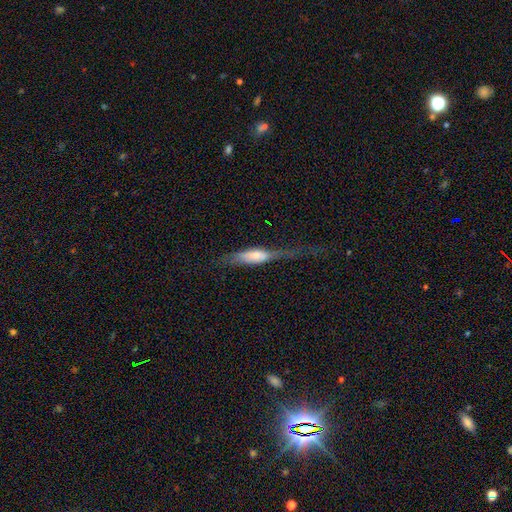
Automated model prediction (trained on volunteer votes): Q: Smooth or featured?
A: smooth (53%); runner-up: featured or disk (40%)
Q: How rounded?
A: cigar-shaped (60%); runner-up: in between (37%)
Q: Merging?
A: none (37%); runner-up: major disturbance (33%)